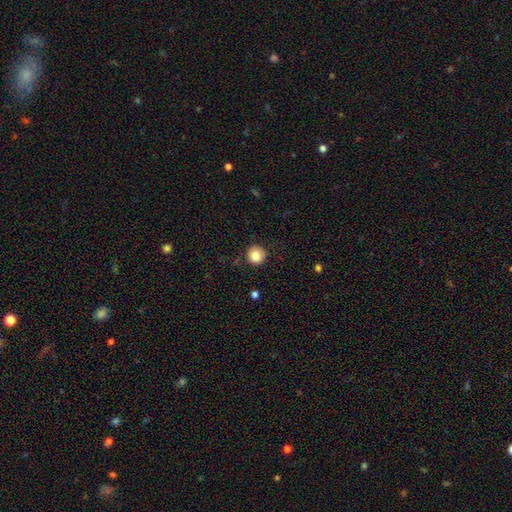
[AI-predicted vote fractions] A smooth galaxy with no disk features (85%) that is round (93%). Merging: none (84%).